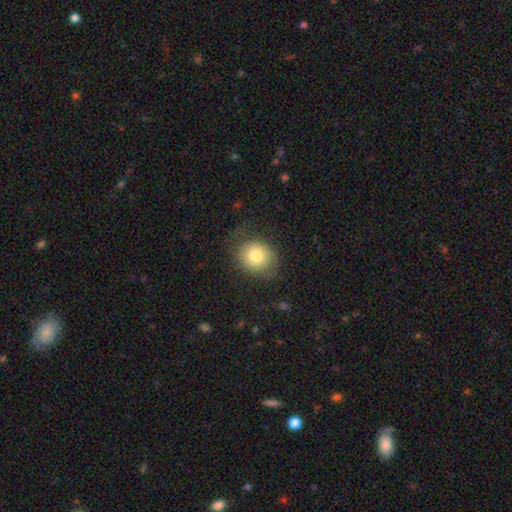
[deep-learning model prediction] This appears to be a smooth galaxy with no disk features (77%) that is round (73%). Merging: none (71%).